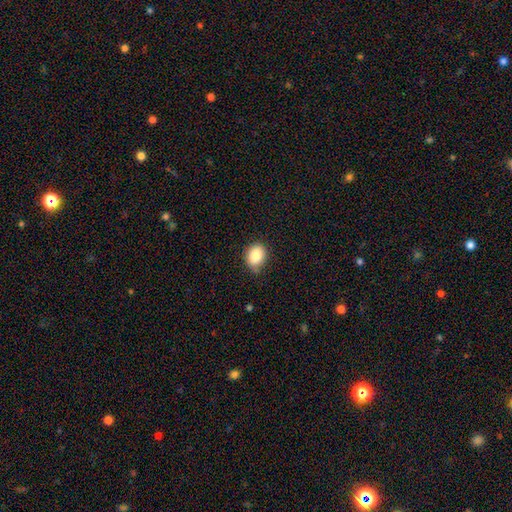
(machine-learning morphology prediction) Smooth or featured? smooth (86%)
How rounded? in between (59%)
Merging? none (70%)